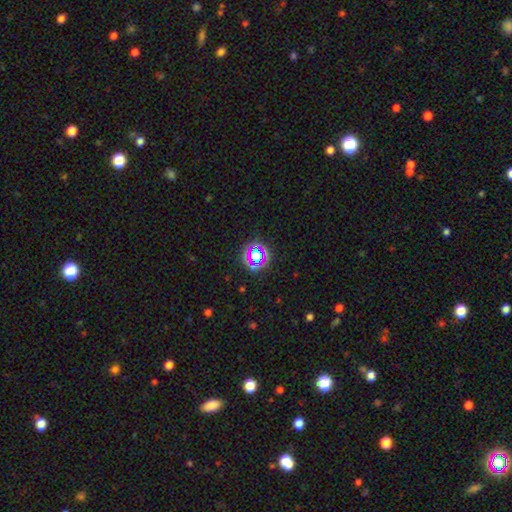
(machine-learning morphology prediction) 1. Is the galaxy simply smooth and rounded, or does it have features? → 62% star or artifact, 26% smooth, 12% featured or disk.